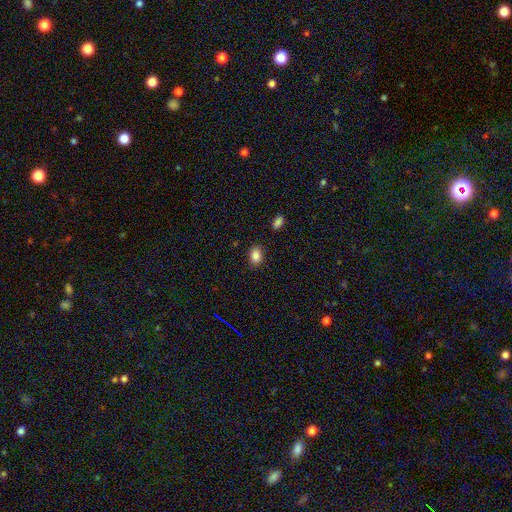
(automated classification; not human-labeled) smooth-or-featured: smooth: 87% | star or artifact: 9% | featured or disk: 4%
  how-rounded: in between: 76% | round: 22% | cigar-shaped: 1%
  merging: none: 85% | minor disturbance: 11% | major disturbance: 3% | merger: 2%